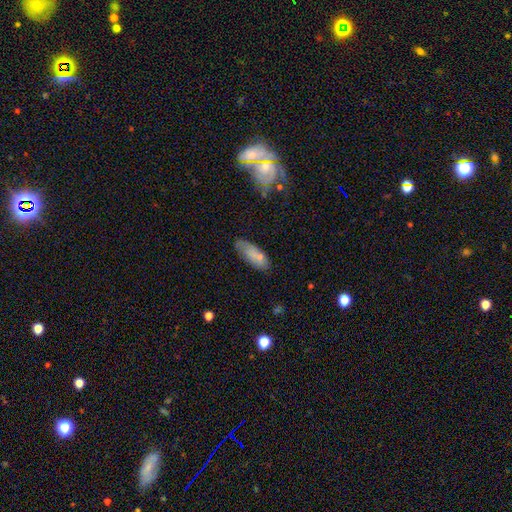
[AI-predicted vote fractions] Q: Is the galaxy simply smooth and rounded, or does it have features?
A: smooth — 76%.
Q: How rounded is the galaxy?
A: in between — 73%.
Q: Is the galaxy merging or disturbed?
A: none — 61%.